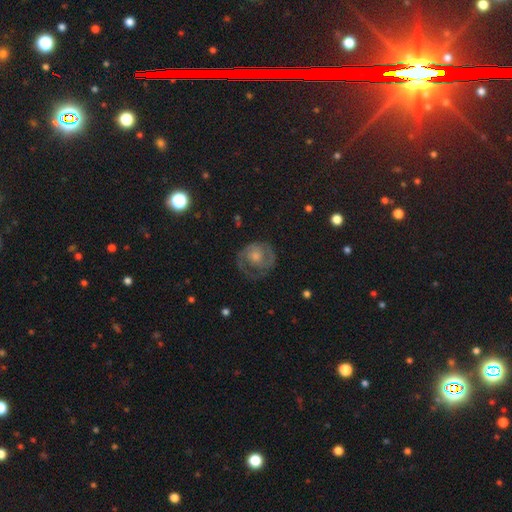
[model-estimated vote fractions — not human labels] Q: Smooth or featured?
A: featured or disk (70%); runner-up: smooth (19%)
Q: Edge-on disk?
A: no (97%); runner-up: yes (3%)
Q: Bar?
A: no (74%); runner-up: weak (22%)
Q: Spiral arms?
A: yes (86%); runner-up: no (14%)
Q: Spiral winding?
A: tight (56%); runner-up: medium (34%)
Q: Spiral arm count?
A: 2 (52%); runner-up: can't tell (22%)
Q: Bulge size?
A: moderate (48%); runner-up: small (35%)
Q: Merging?
A: none (72%); runner-up: minor disturbance (16%)